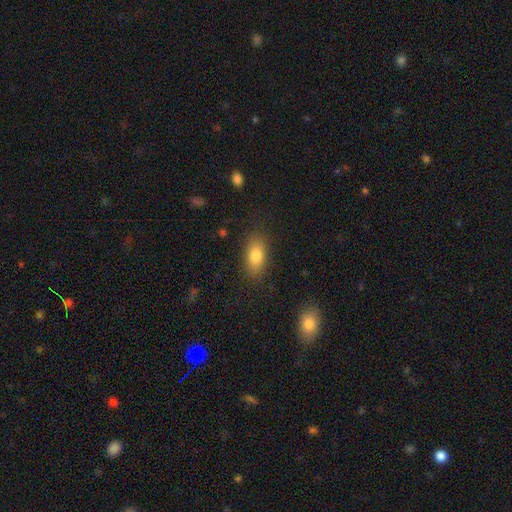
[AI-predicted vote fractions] The model was most divided on "smooth or featured": smooth: 81%, featured or disk: 11%, star or artifact: 9%. More confident: how rounded — in between (87%); merging — none (85%).